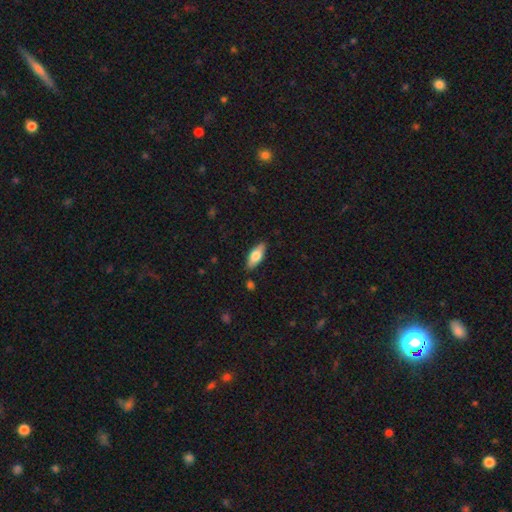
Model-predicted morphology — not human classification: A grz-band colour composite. It shows a smooth galaxy with no disk features (69%) that is in between round and cigar-shaped (77%). Merging: none (85%).